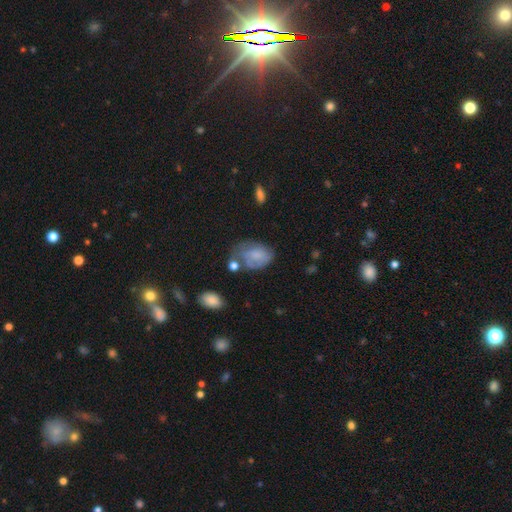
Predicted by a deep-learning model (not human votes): This is possibly a smooth galaxy (57%). How rounded: likely in between (79%). Merging: marginally none (37%).